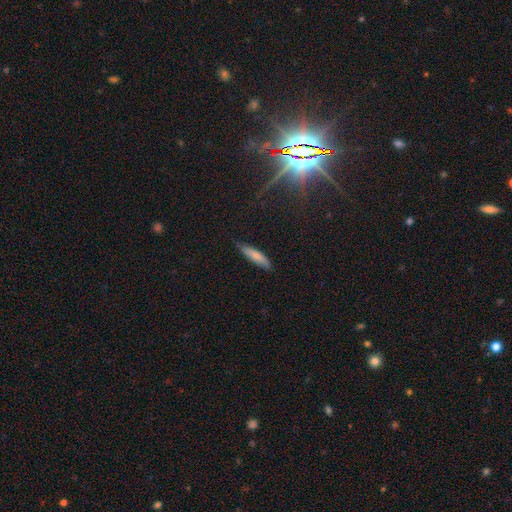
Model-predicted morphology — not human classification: Smooth or featured: smooth — 74% (featured or disk — 20%)
How rounded: cigar-shaped — 75% (in between — 23%)
Merging: none — 75% (minor disturbance — 21%)